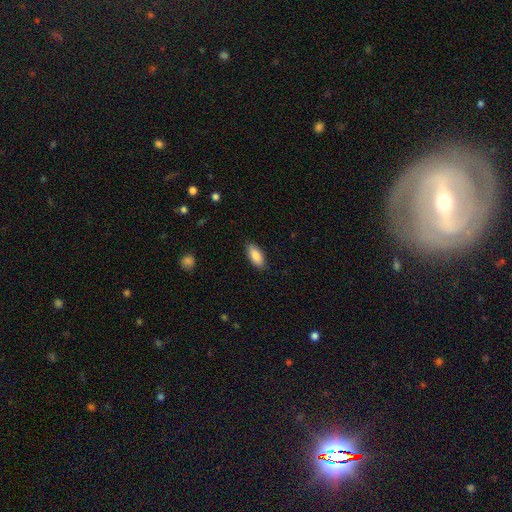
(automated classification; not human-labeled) Q: Smooth or featured?
A: smooth (88%); runner-up: star or artifact (6%)
Q: How rounded?
A: in between (89%); runner-up: cigar-shaped (10%)
Q: Merging?
A: none (88%); runner-up: minor disturbance (9%)